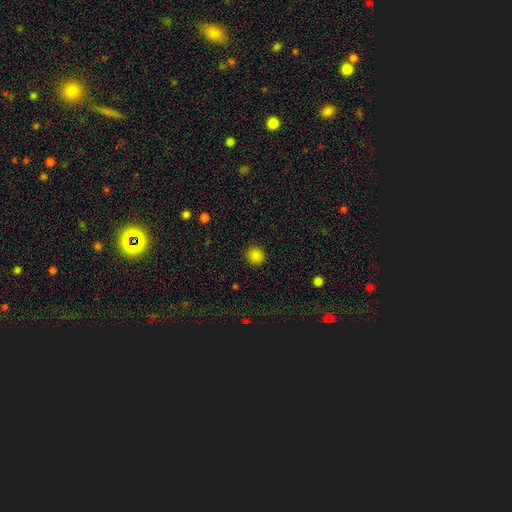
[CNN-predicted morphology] smooth 85%, star or artifact 12%, featured or disk 3%. Down the decision tree: how rounded — round (91%); merging — none (91%).